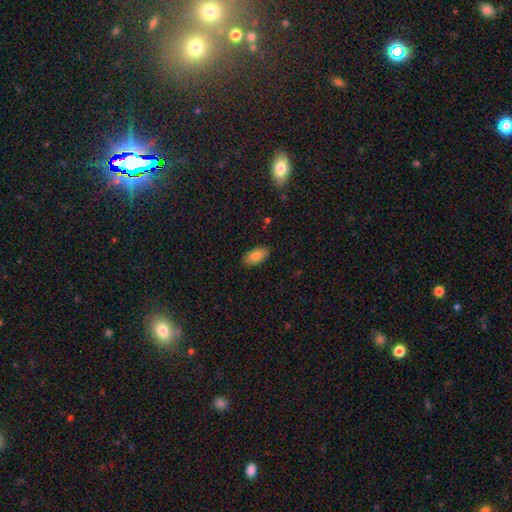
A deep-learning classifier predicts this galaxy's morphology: Smooth or featured: smooth — 83% (featured or disk — 10%)
How rounded: in between — 93% (cigar-shaped — 5%)
Merging: none — 88% (minor disturbance — 9%)